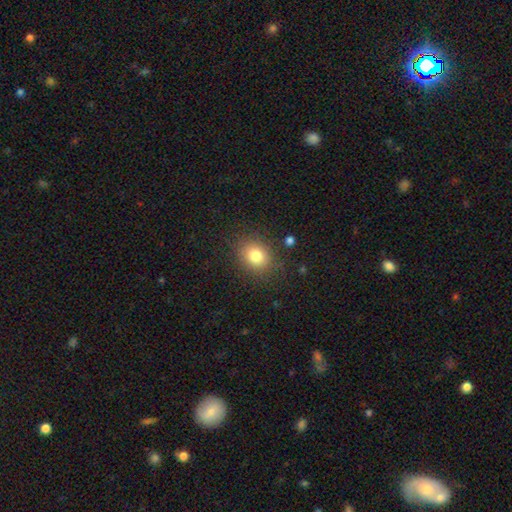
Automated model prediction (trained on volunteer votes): smooth_or_featured: smooth (p=0.81) [alt: star or artifact p=0.11]
how_rounded: round (p=0.65) [alt: in between p=0.34]
merging: none (p=0.85) [alt: minor disturbance p=0.10]